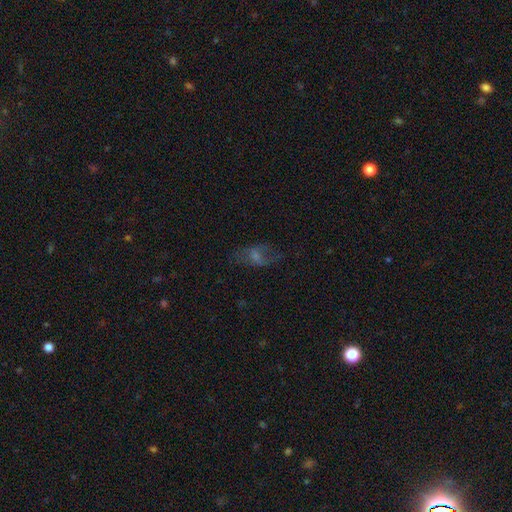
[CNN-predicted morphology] featured or disk 43%, smooth 36%, star or artifact 21%. Down the decision tree: merging — none (62%).